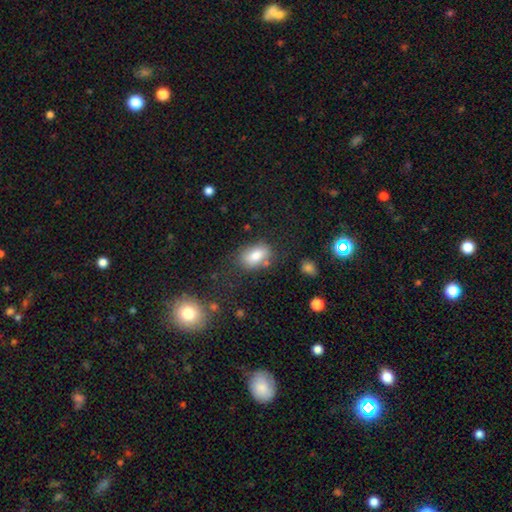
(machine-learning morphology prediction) A smooth galaxy with no disk features (80%) that is in between round and cigar-shaped (87%). Merging: none (68%).